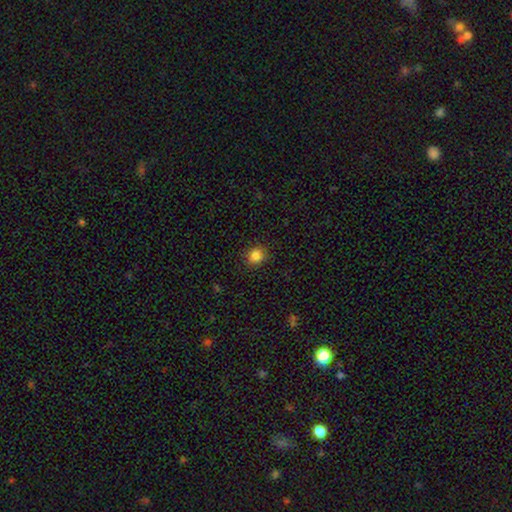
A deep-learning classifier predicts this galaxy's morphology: This appears to be a smooth galaxy with no disk features (84%) that is round (82%). Merging: none (89%).